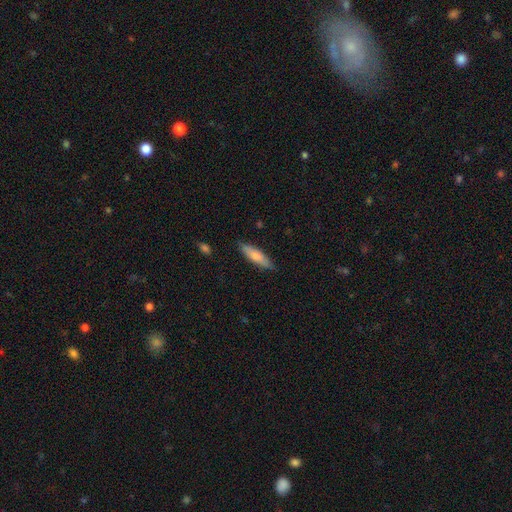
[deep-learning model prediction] Morphology: type=smooth (76%); roundness=cigar-shaped (62%); merging=none (83%).